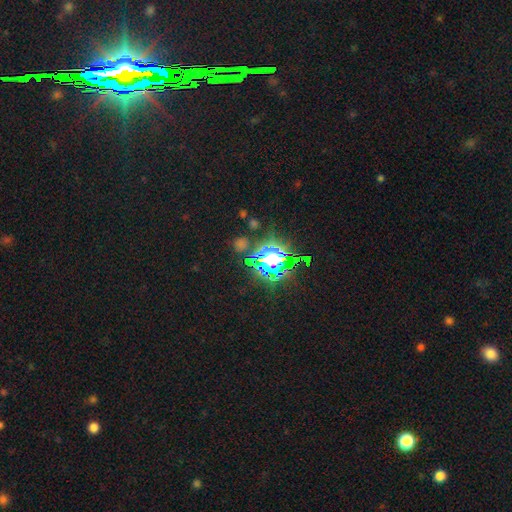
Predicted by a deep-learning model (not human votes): smooth_or_featured: star or artifact (p=0.78) [alt: smooth p=0.14]